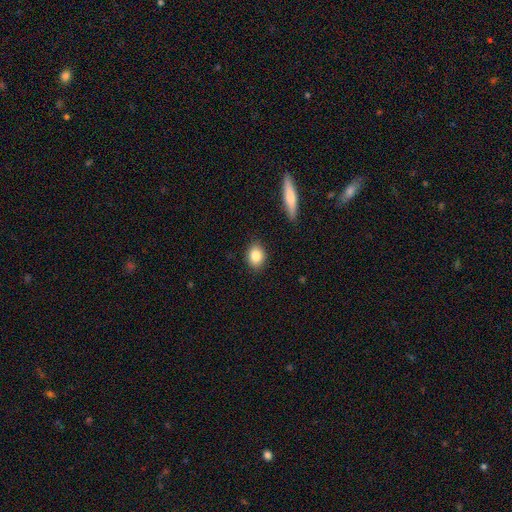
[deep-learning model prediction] This appears to be a smooth galaxy with no disk features (84%) that is in between round and cigar-shaped (57%). Merging: none (87%).